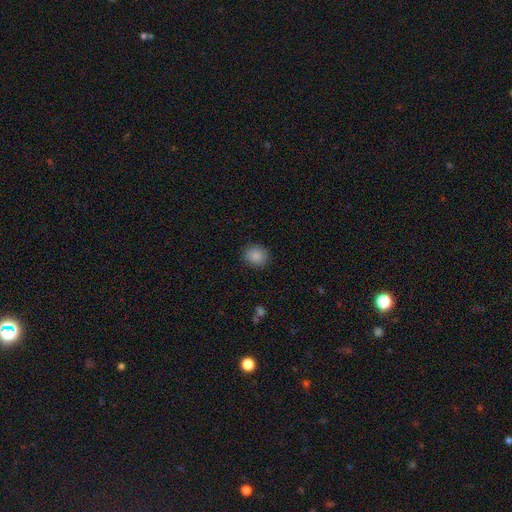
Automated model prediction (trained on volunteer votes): Smooth or featured: smooth — 88% (star or artifact — 9%)
How rounded: round — 74% (in between — 25%)
Merging: none — 89% (minor disturbance — 8%)